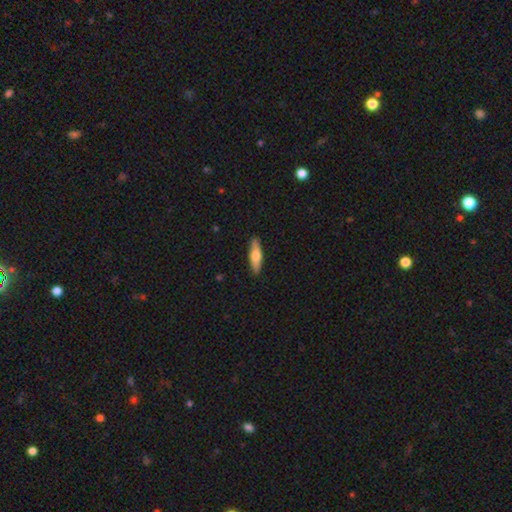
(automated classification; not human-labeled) Q: Smooth or featured?
A: smooth (58%); runner-up: featured or disk (37%)
Q: How rounded?
A: cigar-shaped (60%); runner-up: in between (38%)
Q: Merging?
A: none (90%); runner-up: minor disturbance (8%)